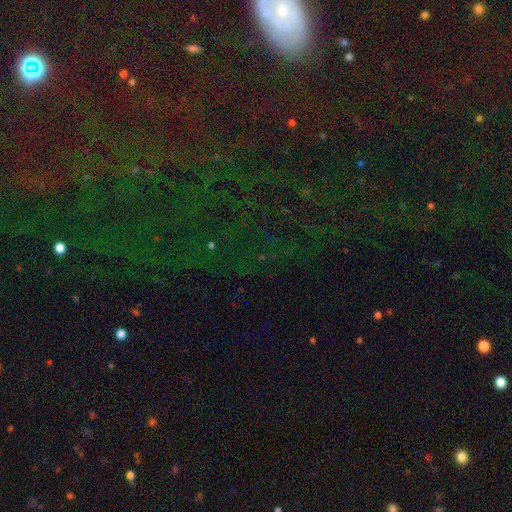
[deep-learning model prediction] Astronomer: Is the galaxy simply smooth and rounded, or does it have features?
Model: star or artifact — 66%.